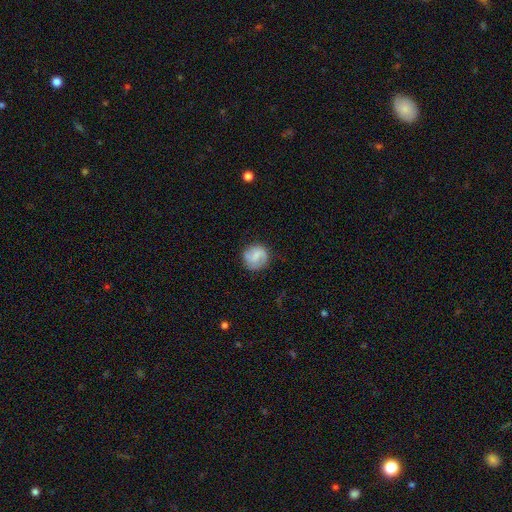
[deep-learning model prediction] The model was most divided on "smooth or featured": smooth: 47%, featured or disk: 45%, star or artifact: 8%. More confident: merging — none (79%).